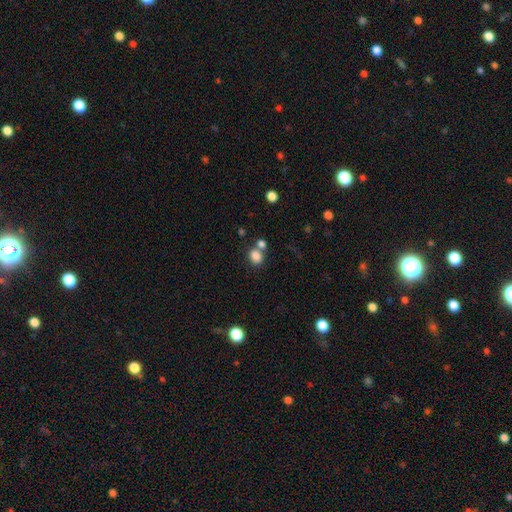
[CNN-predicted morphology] This appears to be a smooth galaxy with no disk features (83%) that is in between round and cigar-shaped (57%). Merging: none (54%).